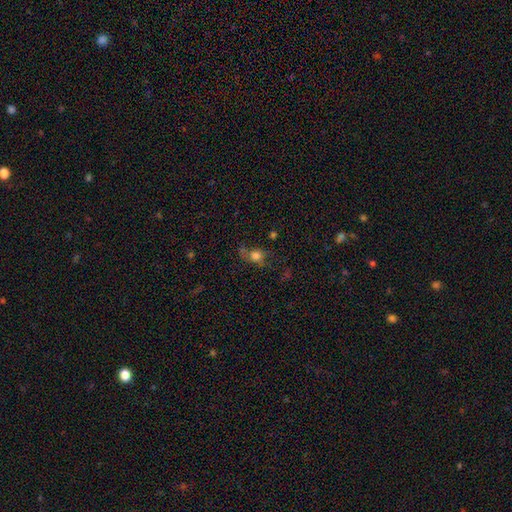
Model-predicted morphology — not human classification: type=smooth (67%); roundness=round (62%); merging=none (52%).